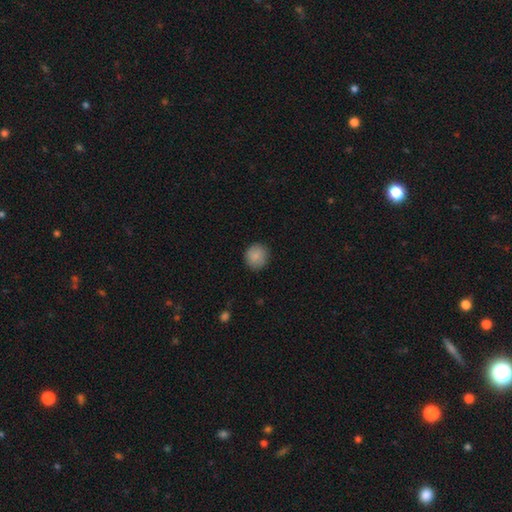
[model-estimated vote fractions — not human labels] smooth_or_featured: smooth (p=0.86) [alt: star or artifact p=0.08]
how_rounded: round (p=0.88) [alt: in between p=0.11]
merging: none (p=0.87) [alt: minor disturbance p=0.09]